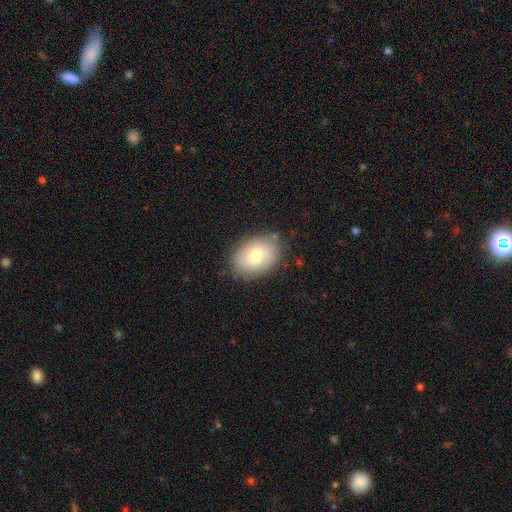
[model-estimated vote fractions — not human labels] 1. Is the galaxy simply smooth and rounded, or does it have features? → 73% smooth, 19% featured or disk, 8% star or artifact.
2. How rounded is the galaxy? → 79% in between, 20% round, 1% cigar-shaped.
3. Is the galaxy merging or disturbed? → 80% none, 15% minor disturbance, 3% major disturbance, 2% merger.